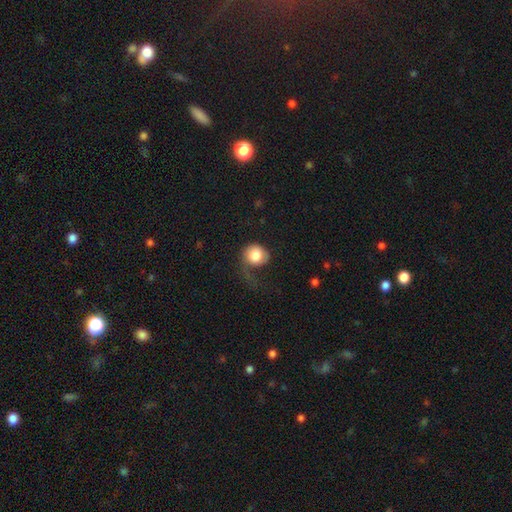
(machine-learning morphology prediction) This is likely a smooth galaxy (78%). How rounded: likely round (77%). Merging: marginally major disturbance (40%).